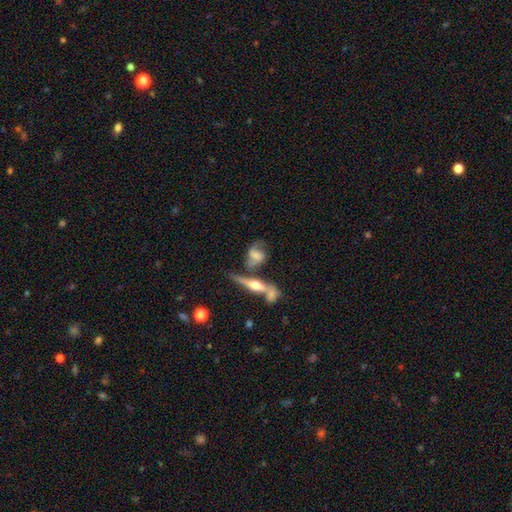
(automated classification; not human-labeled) featured or disk 64%, smooth 28%, star or artifact 7%. Down the decision tree: edge-on disk — no (71%); merging — none (45%).